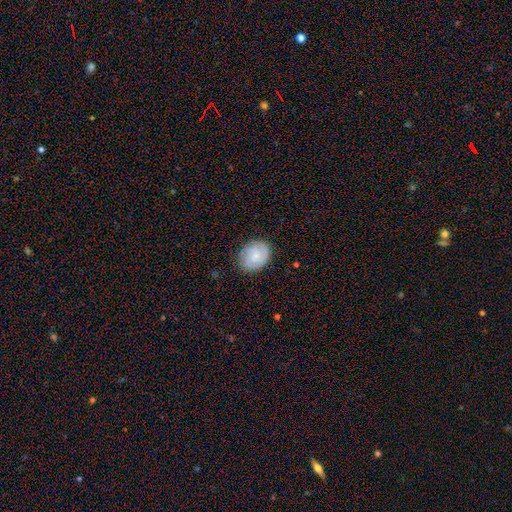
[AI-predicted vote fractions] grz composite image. It shows a smooth galaxy with no disk features (58%) that is in between round and cigar-shaped (50%). Merging: none (82%).